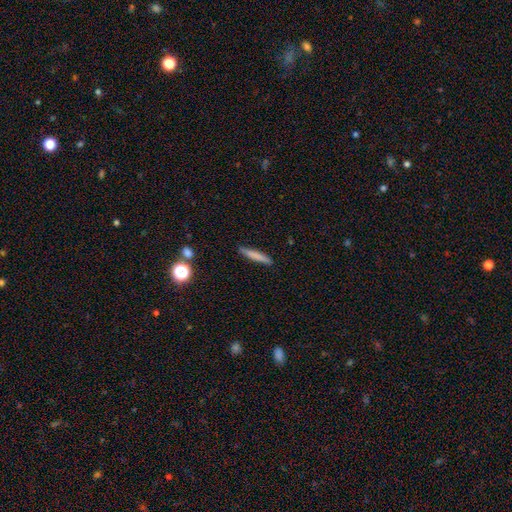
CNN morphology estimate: smooth_or_featured: smooth (p=0.76) [alt: featured or disk p=0.17]
how_rounded: cigar-shaped (p=0.92) [alt: in between p=0.07]
merging: none (p=0.87) [alt: minor disturbance p=0.09]